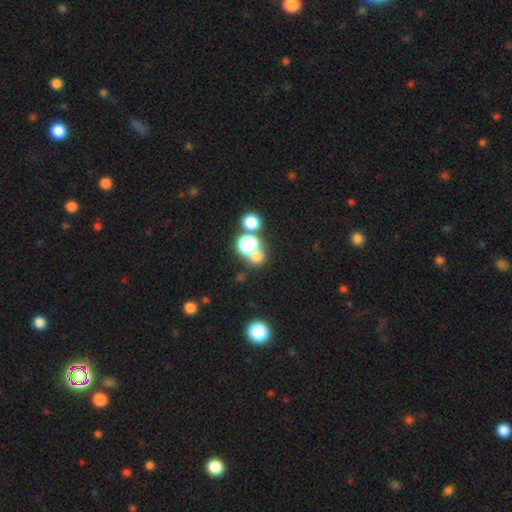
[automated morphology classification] Smooth or featured? smooth (65%)
How rounded? round (78%)
Merging? none (46%)